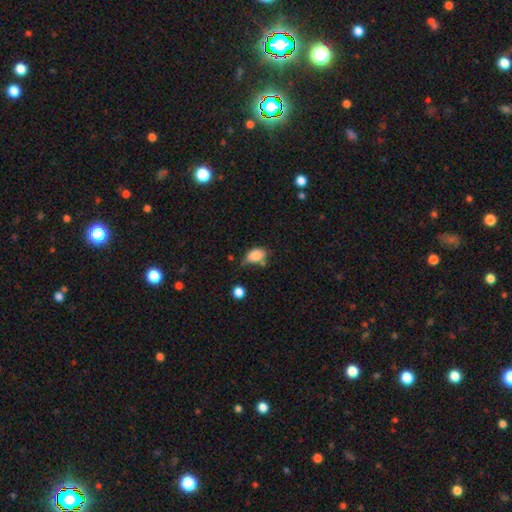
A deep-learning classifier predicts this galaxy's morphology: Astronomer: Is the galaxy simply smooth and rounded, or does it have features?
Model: smooth — 84%.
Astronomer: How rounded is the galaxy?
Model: in between — 85%.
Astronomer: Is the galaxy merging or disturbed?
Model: none — 45% (runner-up: minor disturbance, 34%).